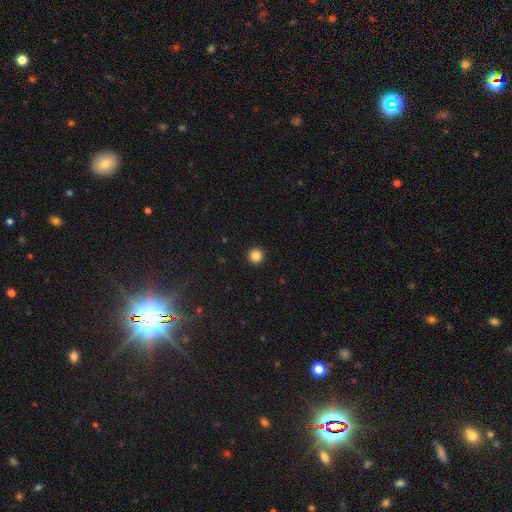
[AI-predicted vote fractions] A smooth galaxy with no disk features (85%) that is round (96%).

Vote fractions:
- Smooth or featured? smooth: 85% / star or artifact: 11% / featured or disk: 4%
- How rounded? round: 96% / in between: 3% / cigar-shaped: 1%
- Merging? none: 94% / minor disturbance: 4% / major disturbance: 1% / merger: 1%